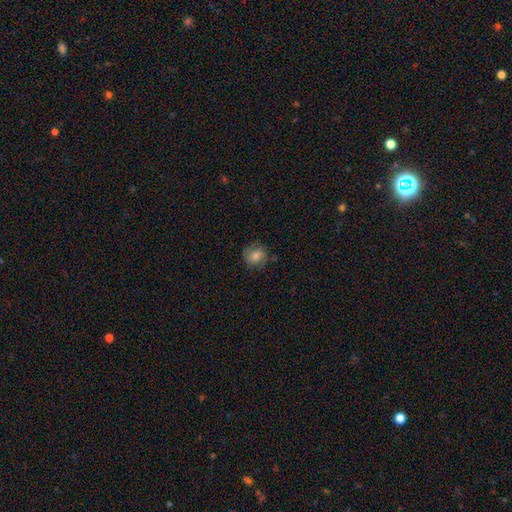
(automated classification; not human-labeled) Morphology: type=smooth (68%); roundness=round (75%); merging=none (74%).